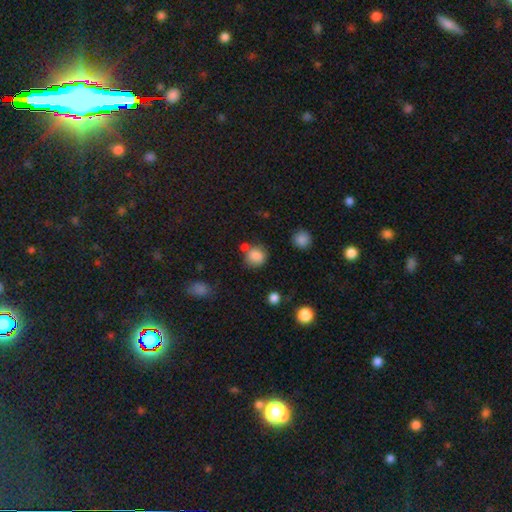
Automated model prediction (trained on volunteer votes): This appears to be a smooth galaxy with no disk features (83%) that is round (82%). Merging: none (66%).